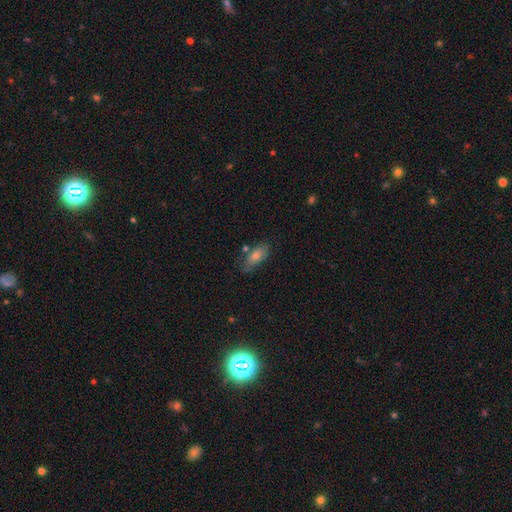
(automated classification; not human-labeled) This appears to be a smooth galaxy with no disk features (65%) that is in between round and cigar-shaped (79%). Merging: none (72%).